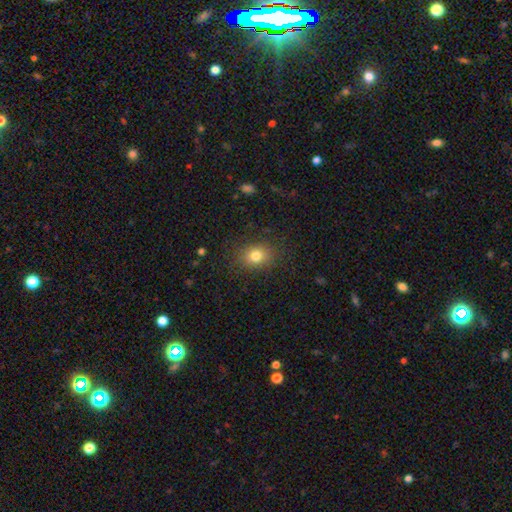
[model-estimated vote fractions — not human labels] This appears to be a smooth galaxy with no disk features (79%) that is round (54%). Merging: none (85%).